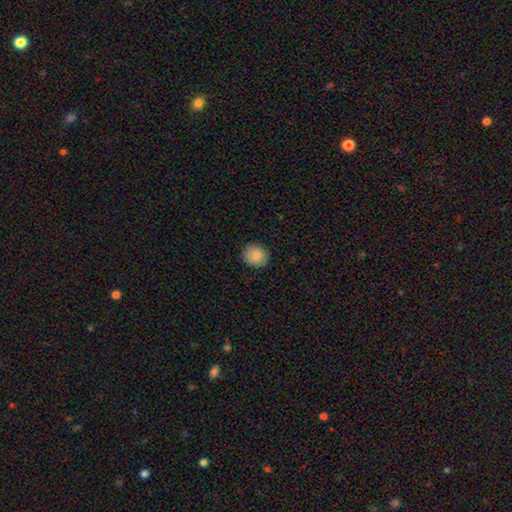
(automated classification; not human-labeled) This is clearly a smooth galaxy (84%). How rounded: clearly round (86%). Merging: clearly none (90%).